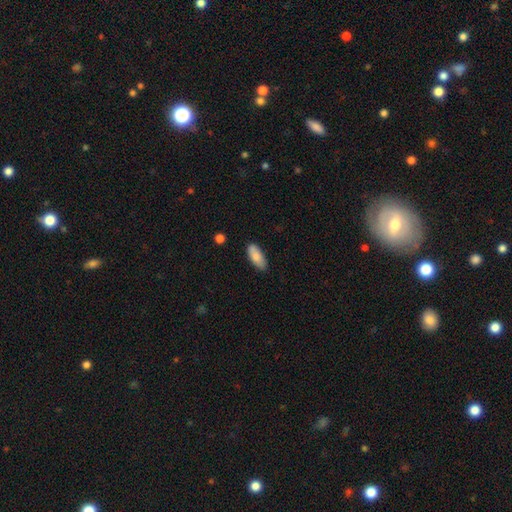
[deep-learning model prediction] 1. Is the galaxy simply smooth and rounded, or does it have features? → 84% smooth, 10% featured or disk, 6% star or artifact.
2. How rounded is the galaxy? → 82% in between, 16% cigar-shaped, 2% round.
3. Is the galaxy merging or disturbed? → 83% none, 14% minor disturbance, 2% major disturbance, 2% merger.